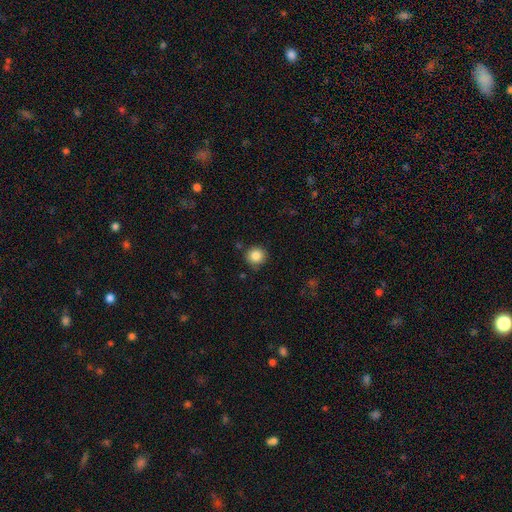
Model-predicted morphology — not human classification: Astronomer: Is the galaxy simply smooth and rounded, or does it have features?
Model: smooth — 85%.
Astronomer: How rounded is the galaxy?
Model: round — 93%.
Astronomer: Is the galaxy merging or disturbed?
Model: none — 87%.